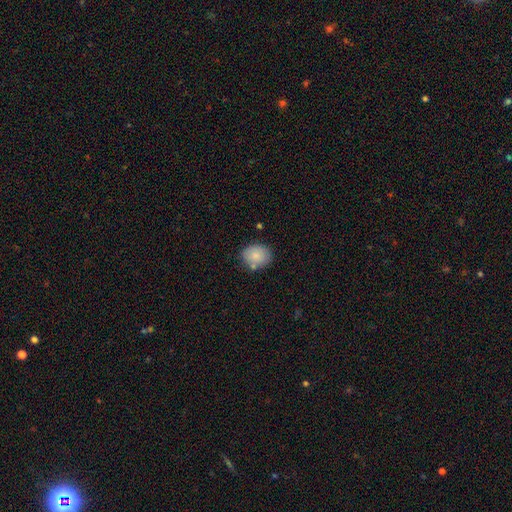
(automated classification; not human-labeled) Smooth or featured? Predicted: smooth (p=0.83). How rounded? Predicted: in between (p=0.50). Merging? Predicted: none (p=0.74).